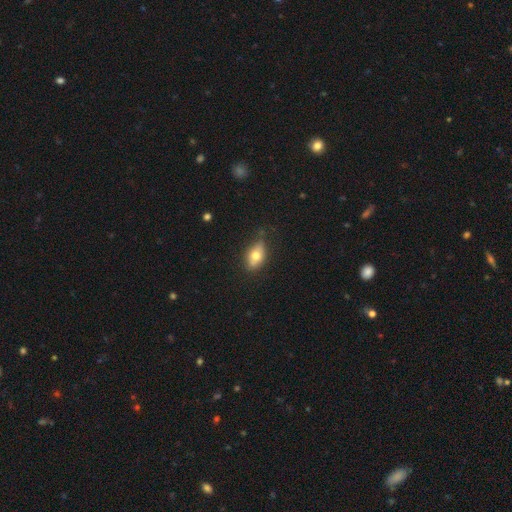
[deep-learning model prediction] smooth 66%, featured or disk 27%, star or artifact 8%. Down the decision tree: how rounded — in between (83%); merging — none (70%).